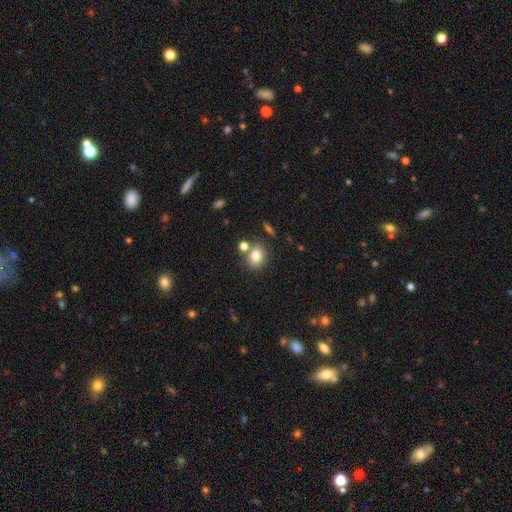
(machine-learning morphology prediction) Smooth or featured? Predicted: smooth (p=0.79). How rounded? Predicted: round (p=0.60). Merging? Predicted: none (p=0.69).